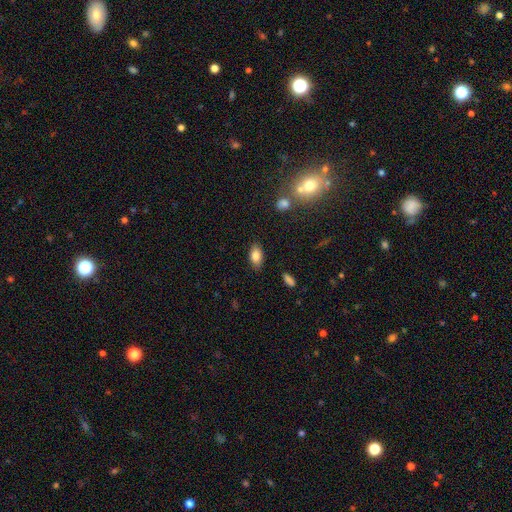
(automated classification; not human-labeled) smooth-or-featured: smooth: 81% | featured or disk: 11% | star or artifact: 8%
  how-rounded: in between: 91% | cigar-shaped: 5% | round: 5%
  merging: none: 86% | minor disturbance: 10% | major disturbance: 2% | merger: 2%